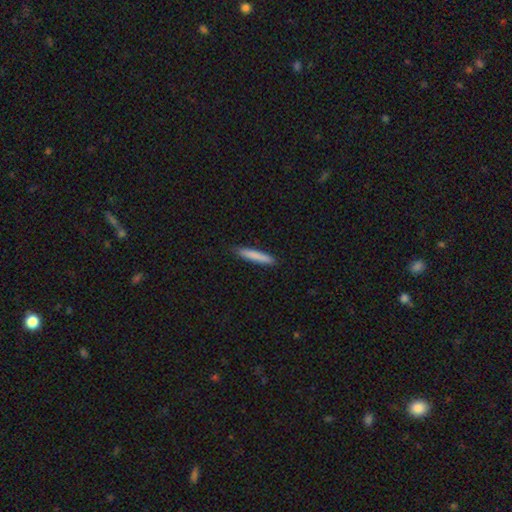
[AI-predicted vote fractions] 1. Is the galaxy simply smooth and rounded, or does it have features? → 82% smooth, 12% featured or disk, 6% star or artifact.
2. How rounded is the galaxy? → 92% cigar-shaped, 6% in between, 1% round.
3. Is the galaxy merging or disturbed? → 87% none, 10% minor disturbance, 2% major disturbance, 1% merger.